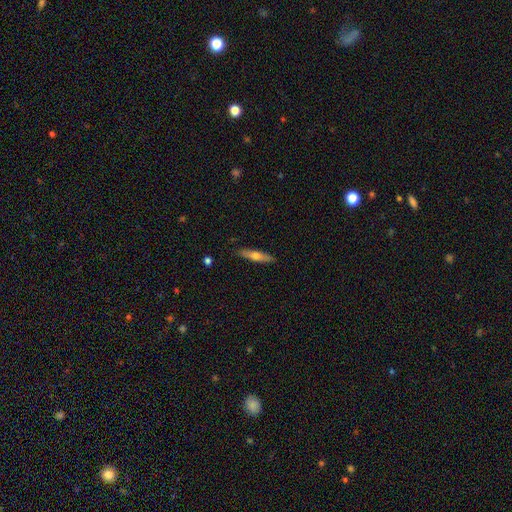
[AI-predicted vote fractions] Q: Smooth or featured?
A: smooth (52%); runner-up: featured or disk (42%)
Q: How rounded?
A: cigar-shaped (84%); runner-up: in between (15%)
Q: Merging?
A: none (88%); runner-up: minor disturbance (9%)